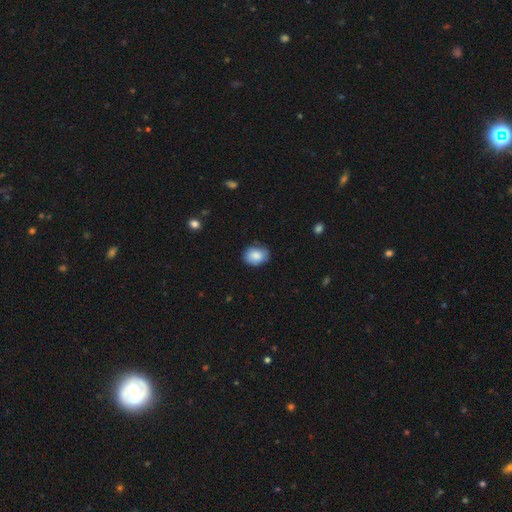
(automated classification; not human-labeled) Smooth or featured?
  - smooth: 85% *
  - featured or disk: 8%
  - star or artifact: 7%
How rounded?
  - in between: 61% *
  - round: 38%
  - cigar-shaped: 1%
Merging?
  - none: 78% *
  - minor disturbance: 18%
  - major disturbance: 3%
  - merger: 1%